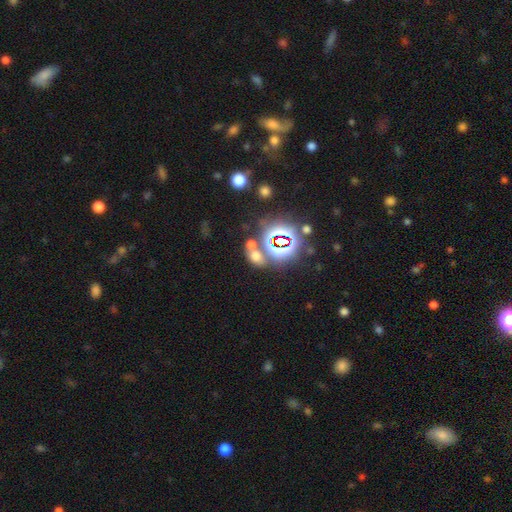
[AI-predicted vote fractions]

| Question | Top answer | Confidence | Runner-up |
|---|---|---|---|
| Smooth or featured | smooth | 51% | star or artifact (39%) |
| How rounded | in between | 62% | round (36%) |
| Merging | none | 52% | merger (31%) |